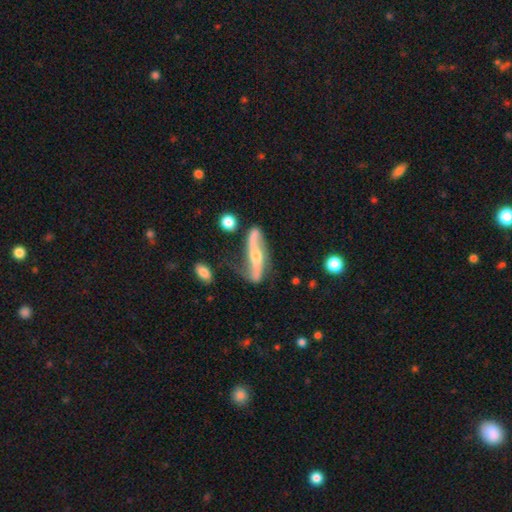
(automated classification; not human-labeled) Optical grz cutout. It shows a featured or disk galaxy (85%) with no bar (40%), 2 (91%) loose (84%) spiral arms (93%) and a moderate central bulge (54%). Merging: none (65%).